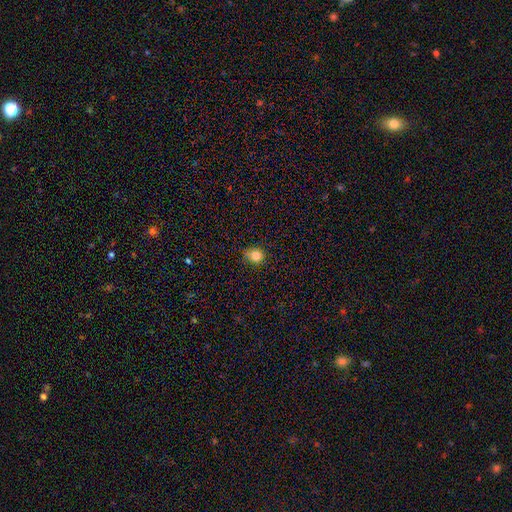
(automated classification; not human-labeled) Smooth or featured: smooth — 83% (star or artifact — 12%)
How rounded: round — 81% (in between — 18%)
Merging: none — 73% (minor disturbance — 21%)